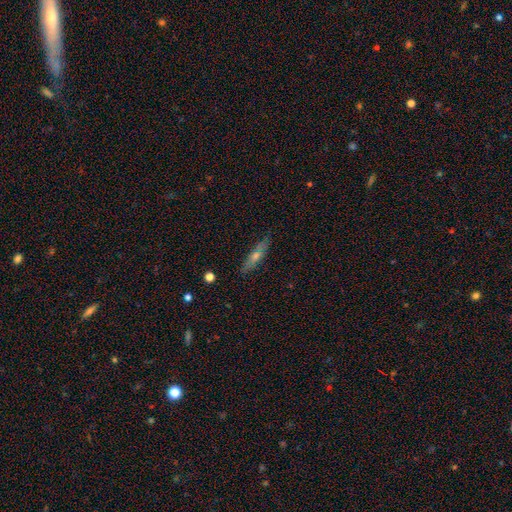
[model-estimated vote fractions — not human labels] Q: Smooth or featured?
A: featured or disk (54%); runner-up: smooth (37%)
Q: Edge-on disk?
A: yes (86%); runner-up: no (14%)
Q: Merging?
A: none (86%); runner-up: minor disturbance (10%)